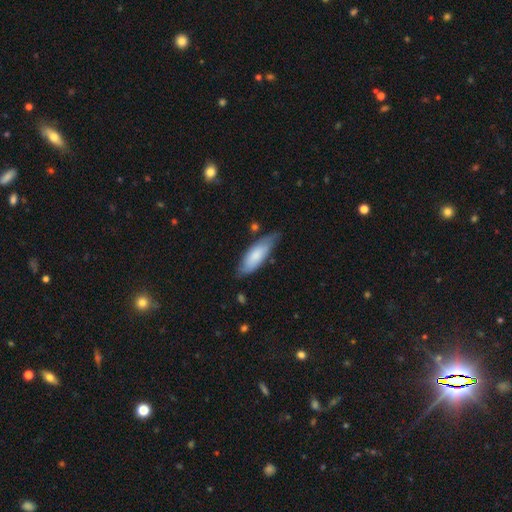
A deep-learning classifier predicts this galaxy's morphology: Smooth or featured? Predicted: smooth (p=0.73). How rounded? Predicted: in between (p=0.64). Merging? Predicted: none (p=0.61).